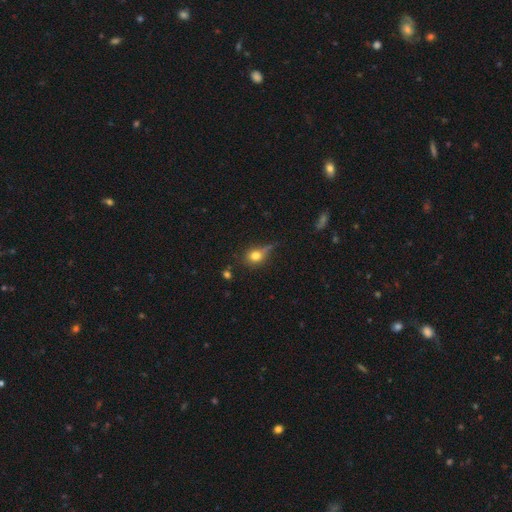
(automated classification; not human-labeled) smooth-or-featured: smooth: 72% | featured or disk: 15% | star or artifact: 13%
  how-rounded: round: 63% | in between: 33% | cigar-shaped: 4%
  merging: none: 51% | minor disturbance: 27% | major disturbance: 14% | merger: 8%